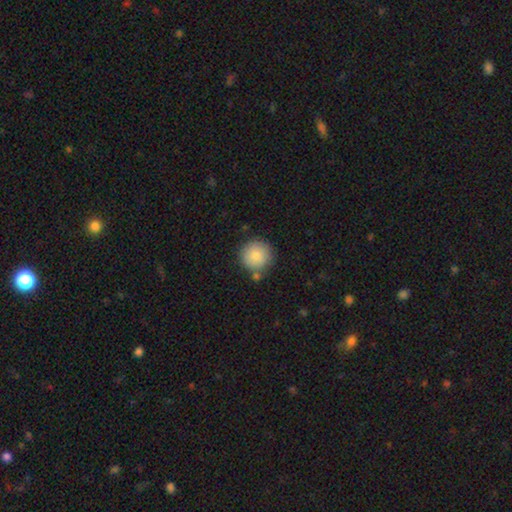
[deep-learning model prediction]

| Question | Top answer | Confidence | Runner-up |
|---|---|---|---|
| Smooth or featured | smooth | 85% | featured or disk (8%) |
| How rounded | round | 95% | in between (4%) |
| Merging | none | 77% | minor disturbance (12%) |